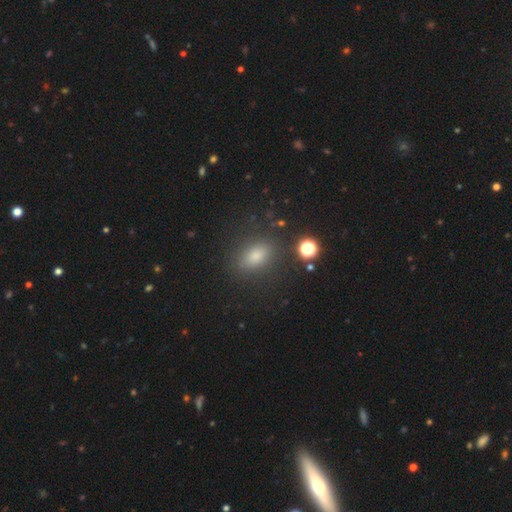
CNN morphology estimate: The model was most divided on "smooth or featured": smooth: 73%, star or artifact: 17%, featured or disk: 10%. More confident: merging — none (83%); how rounded — in between (76%).